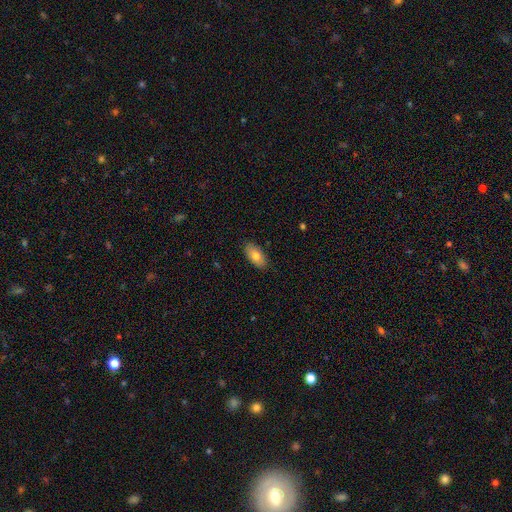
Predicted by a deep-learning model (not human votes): smooth 78%, featured or disk 16%, star or artifact 7%. Down the decision tree: how rounded — in between (93%); merging — none (87%).